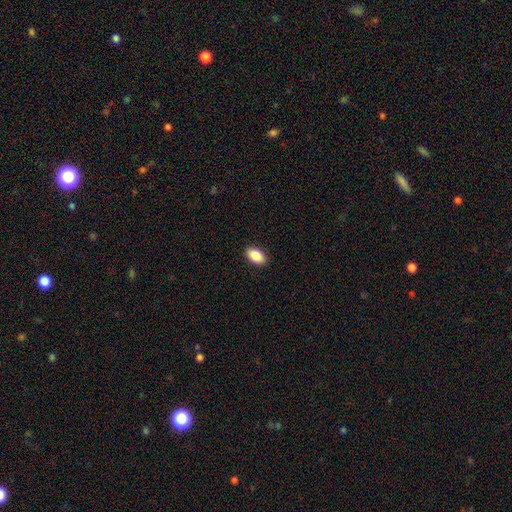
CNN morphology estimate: This is clearly a smooth galaxy (88%). How rounded: clearly in between (92%). Merging: clearly none (90%).